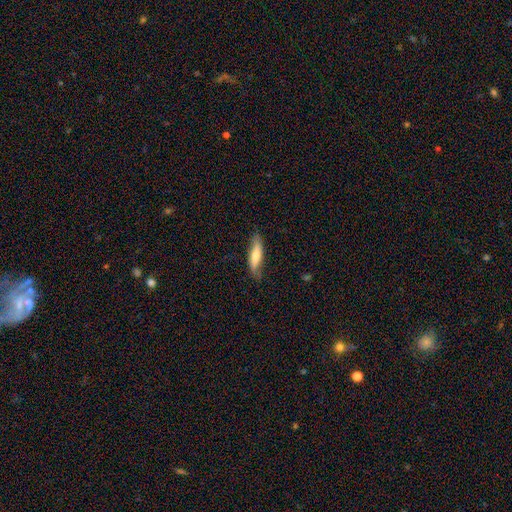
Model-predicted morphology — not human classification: type=smooth (68%); roundness=cigar-shaped (64%); merging=none (73%).